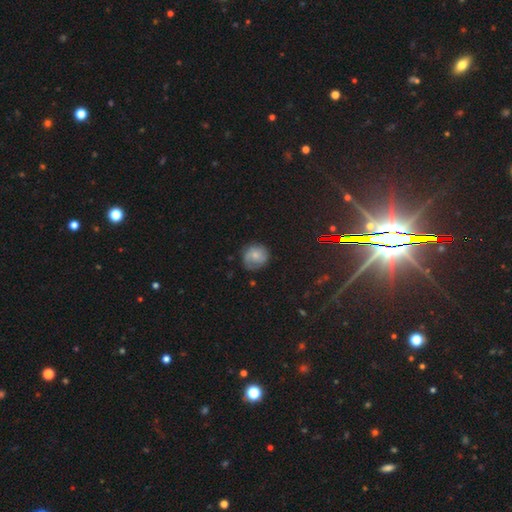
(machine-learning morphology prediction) type=smooth (55%); roundness=round (84%); merging=none (68%).